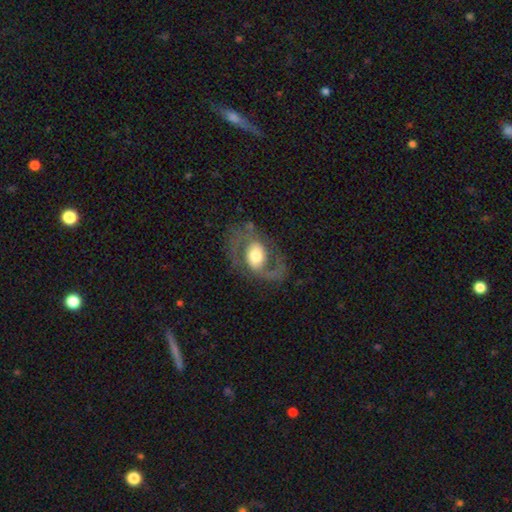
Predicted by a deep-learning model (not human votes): Q: Smooth or featured?
A: featured or disk (76%); runner-up: smooth (18%)
Q: Edge-on disk?
A: no (96%); runner-up: yes (4%)
Q: Bar?
A: no (51%); runner-up: weak (33%)
Q: Spiral arms?
A: yes (79%); runner-up: no (21%)
Q: Spiral winding?
A: medium (50%); runner-up: loose (35%)
Q: Spiral arm count?
A: 2 (87%); runner-up: can't tell (5%)
Q: Bulge size?
A: moderate (54%); runner-up: large (32%)
Q: Merging?
A: none (66%); runner-up: major disturbance (17%)